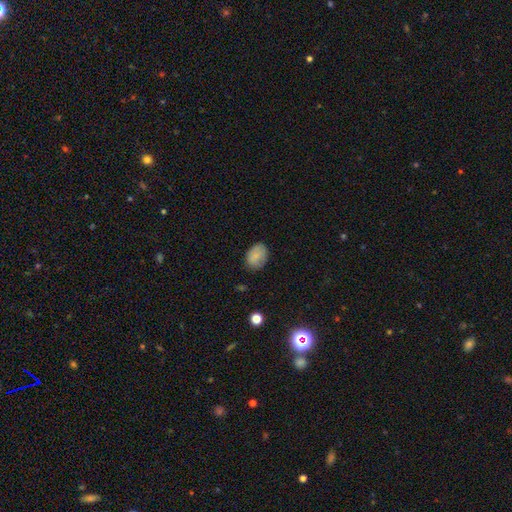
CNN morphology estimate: smooth-or-featured: smooth: 84% | featured or disk: 8% | star or artifact: 8%
  how-rounded: in between: 79% | round: 20% | cigar-shaped: 1%
  merging: none: 79% | minor disturbance: 17% | major disturbance: 3% | merger: 1%